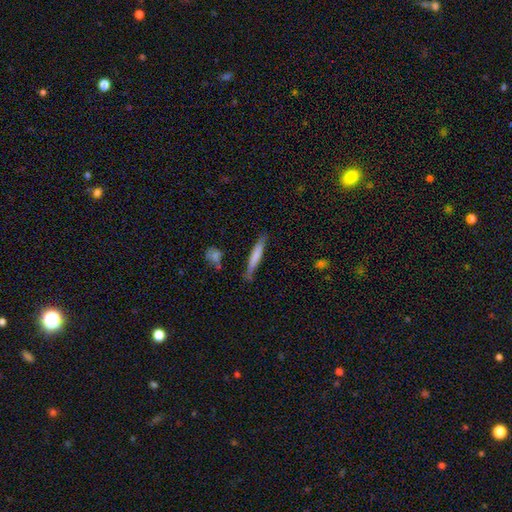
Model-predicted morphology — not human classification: smooth_or_featured: smooth (p=0.68) [alt: featured or disk p=0.27]
how_rounded: cigar-shaped (p=0.93) [alt: in between p=0.06]
merging: none (p=0.79) [alt: minor disturbance p=0.15]